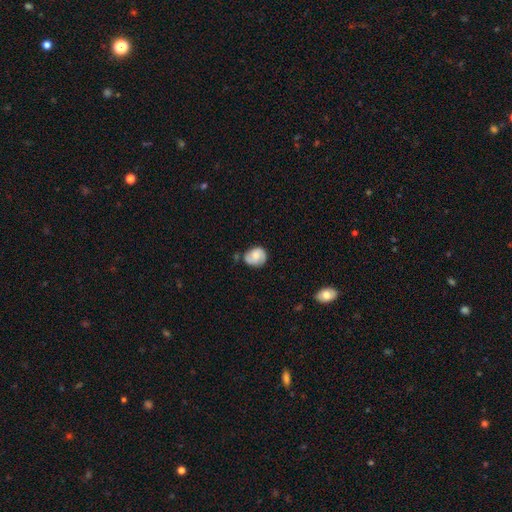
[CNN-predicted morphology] Q: Smooth or featured?
A: smooth (62%); runner-up: featured or disk (30%)
Q: How rounded?
A: round (61%); runner-up: in between (38%)
Q: Merging?
A: none (56%); runner-up: minor disturbance (31%)